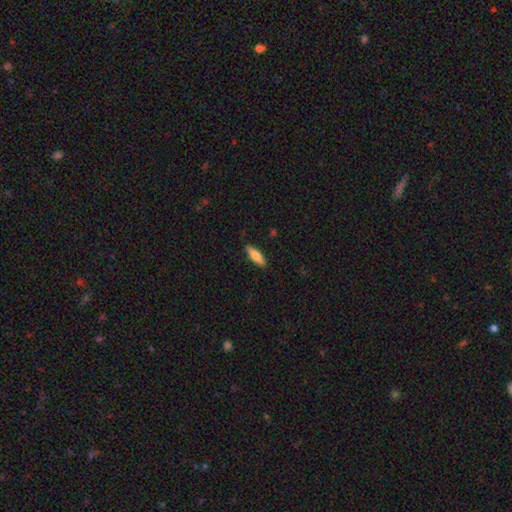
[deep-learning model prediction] Smooth or featured: smooth — 75% (featured or disk — 19%)
How rounded: cigar-shaped — 51% (in between — 47%)
Merging: none — 89% (minor disturbance — 9%)